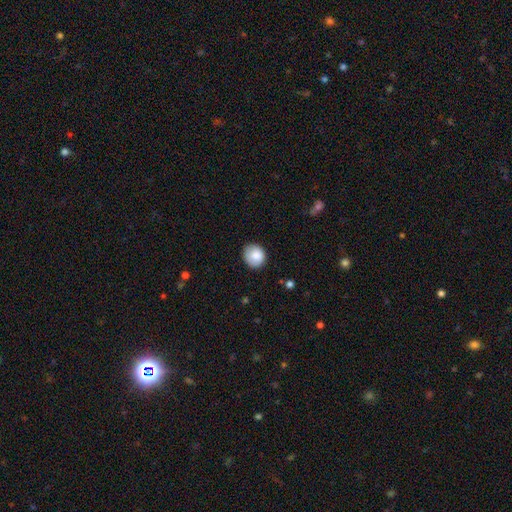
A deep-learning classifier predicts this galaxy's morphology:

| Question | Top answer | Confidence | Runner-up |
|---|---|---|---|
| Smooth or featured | smooth | 85% | featured or disk (8%) |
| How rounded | round | 80% | in between (19%) |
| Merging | none | 81% | minor disturbance (15%) |